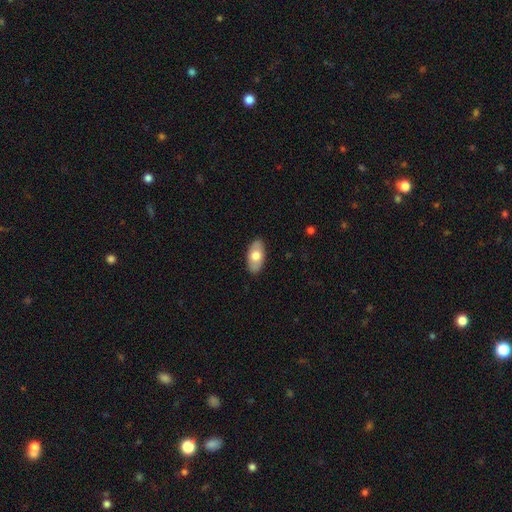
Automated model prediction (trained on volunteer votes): This is likely a smooth galaxy (69%). How rounded: clearly in between (93%). Merging: clearly none (87%).